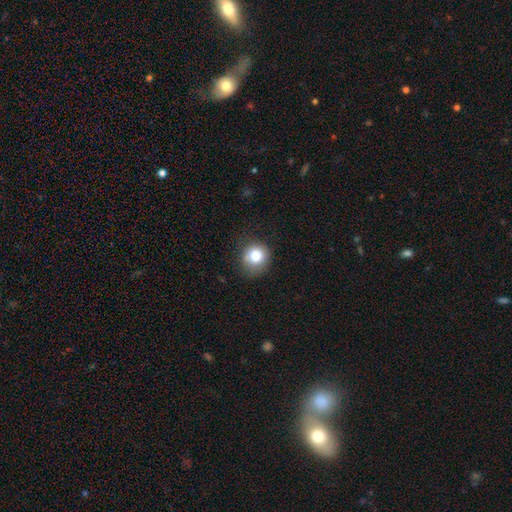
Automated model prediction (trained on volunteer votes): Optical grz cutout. It shows a smooth galaxy with no disk features (77%) that is round (86%). Merging: none (79%).